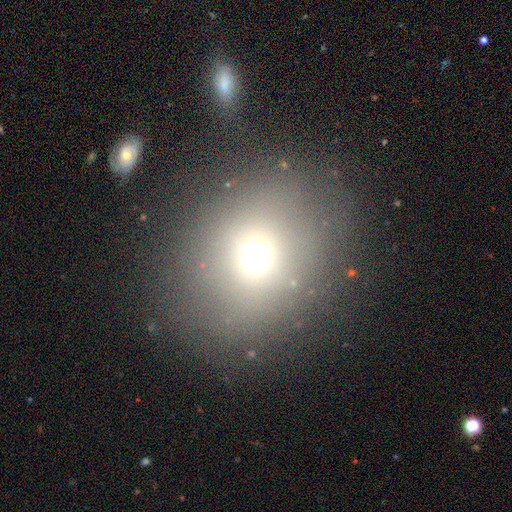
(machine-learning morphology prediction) smooth_or_featured: smooth (p=0.65) [alt: star or artifact p=0.23]
how_rounded: round (p=0.74) [alt: in between p=0.25]
merging: none (p=0.79) [alt: minor disturbance p=0.10]